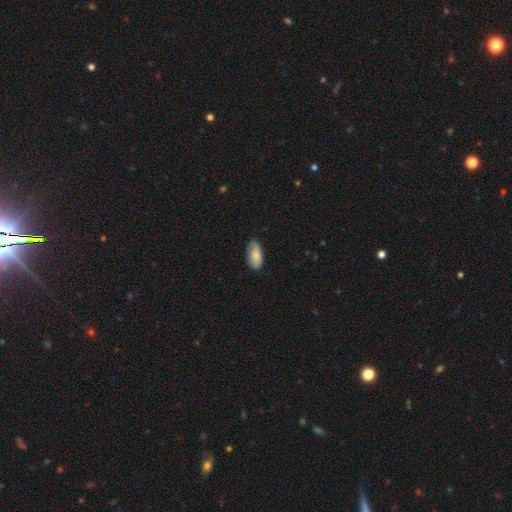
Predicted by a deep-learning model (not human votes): Smooth or featured? Predicted: smooth (p=0.79). How rounded? Predicted: in between (p=0.92). Merging? Predicted: none (p=0.73).